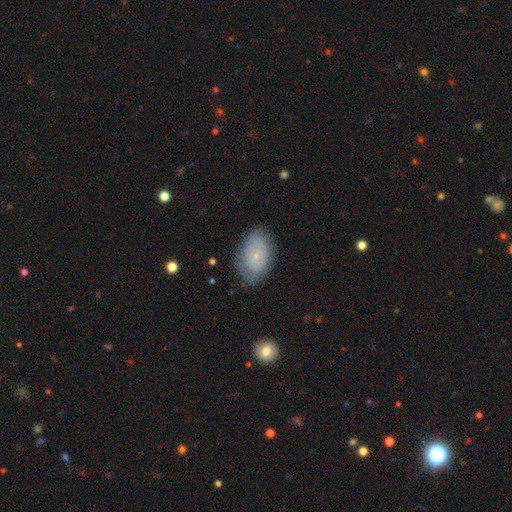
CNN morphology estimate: This appears to be a smooth galaxy with no disk features (63%) that is in between round and cigar-shaped (90%). Merging: none (69%).